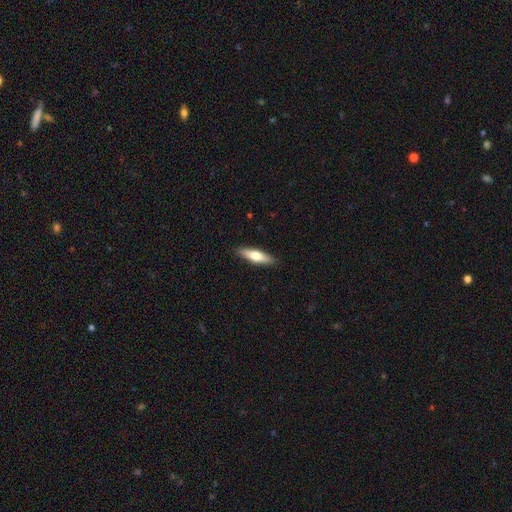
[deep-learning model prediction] Overall: smooth (58%; featured or disk 36%). How rounded: cigar-shaped (64%; in between 34%). Merging: none (89%).